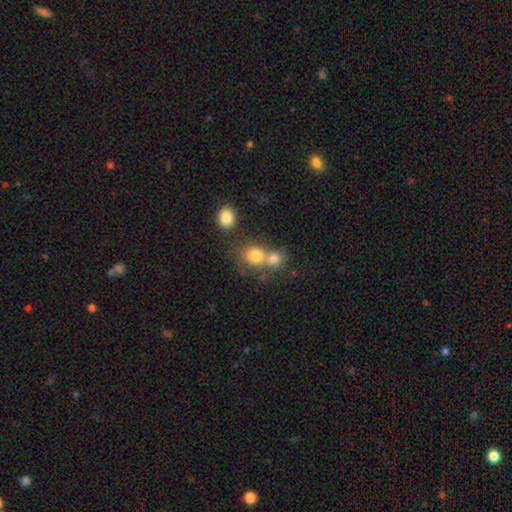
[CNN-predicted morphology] Overall: smooth (77%). How rounded: round (78%). Merging: merger (51%; none 38%).